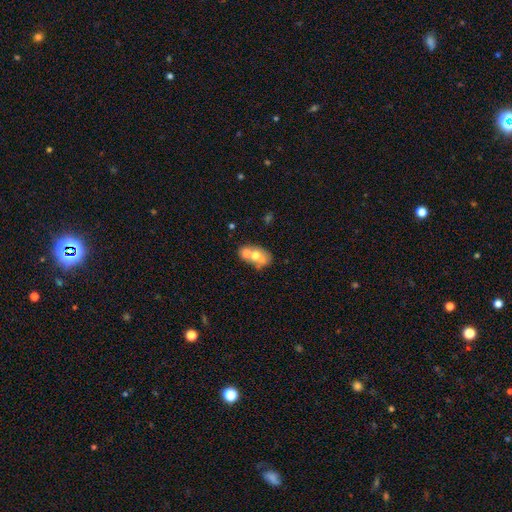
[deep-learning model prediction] Smooth or featured?
  - smooth: 53% *
  - featured or disk: 36%
  - star or artifact: 11%
How rounded?
  - in between: 65% *
  - round: 33%
  - cigar-shaped: 2%
Merging?
  - merger: 54% *
  - none: 31%
  - minor disturbance: 10%
  - major disturbance: 5%